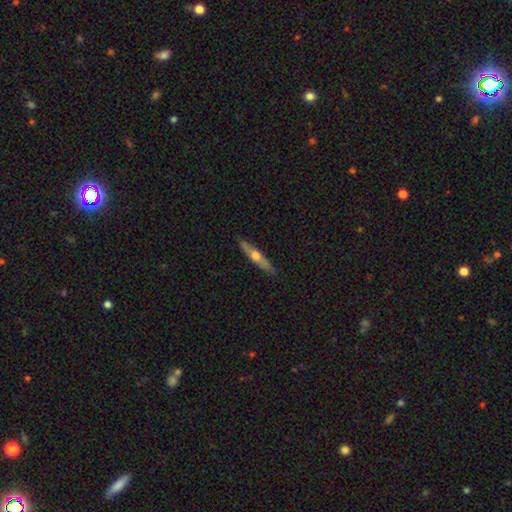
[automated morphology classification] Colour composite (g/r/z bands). It shows a featured or disk galaxy (52%) viewed edge-on (89%). Merging: none (87%).